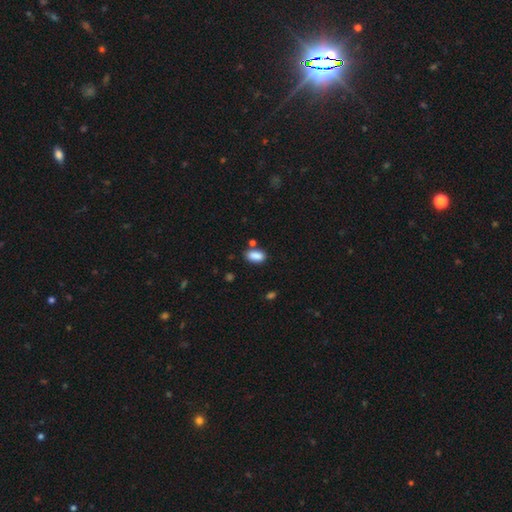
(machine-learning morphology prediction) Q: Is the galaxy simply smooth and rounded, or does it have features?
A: smooth — 88%.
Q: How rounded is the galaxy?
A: in between — 91%.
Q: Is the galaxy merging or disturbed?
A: none — 73%.